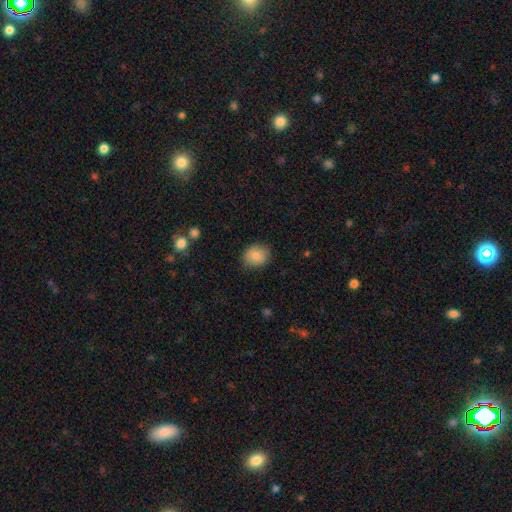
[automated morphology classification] smooth_or_featured: smooth (p=0.87) [alt: star or artifact p=0.08]
how_rounded: round (p=0.63) [alt: in between p=0.36]
merging: none (p=0.83) [alt: minor disturbance p=0.12]